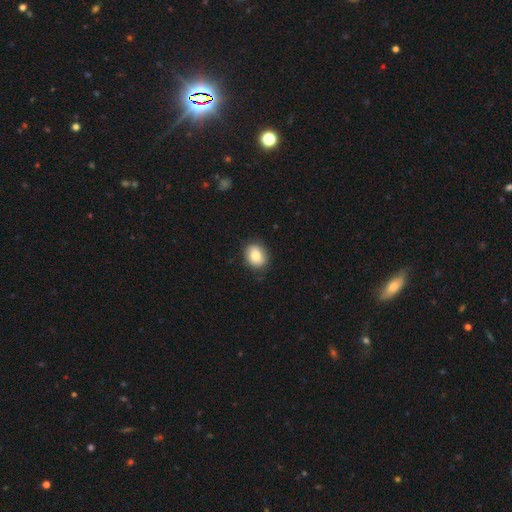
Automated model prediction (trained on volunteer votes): smooth-or-featured: smooth: 81% | featured or disk: 11% | star or artifact: 8%
  how-rounded: in between: 53% | round: 46% | cigar-shaped: 1%
  merging: none: 82% | minor disturbance: 14% | major disturbance: 3% | merger: 1%